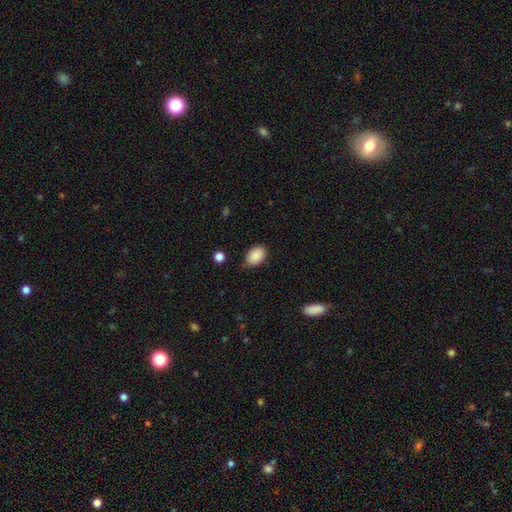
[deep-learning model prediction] A smooth galaxy with no disk features (89%) that is in between round and cigar-shaped (85%). Merging: none (69%).